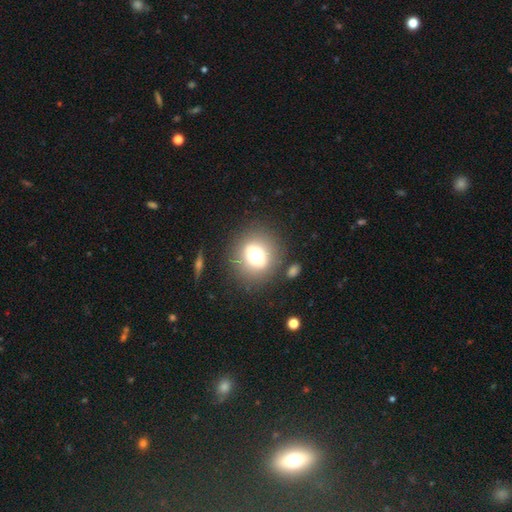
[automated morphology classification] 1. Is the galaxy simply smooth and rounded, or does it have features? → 69% smooth, 18% featured or disk, 14% star or artifact.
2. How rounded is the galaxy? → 77% round, 21% in between, 1% cigar-shaped.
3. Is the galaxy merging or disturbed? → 81% none, 10% minor disturbance, 4% major disturbance, 4% merger.